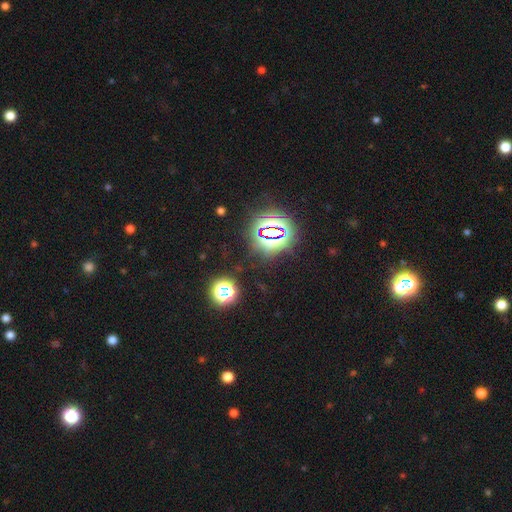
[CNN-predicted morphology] A star or artifact, not a galaxy (79%).

Vote fractions:
- Smooth or featured? star or artifact: 79% / smooth: 15% / featured or disk: 6%